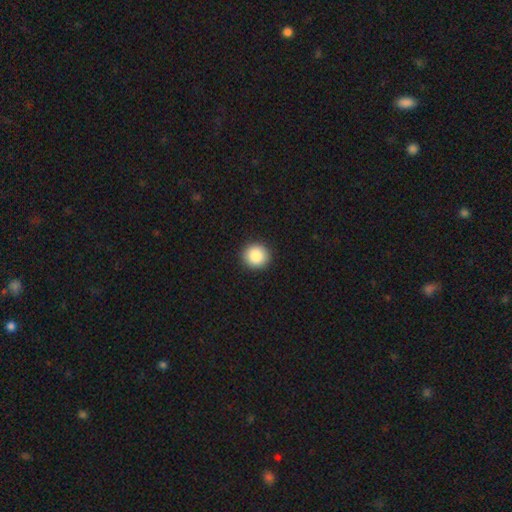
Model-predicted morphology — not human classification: type=smooth (87%); roundness=round (93%); merging=none (93%).